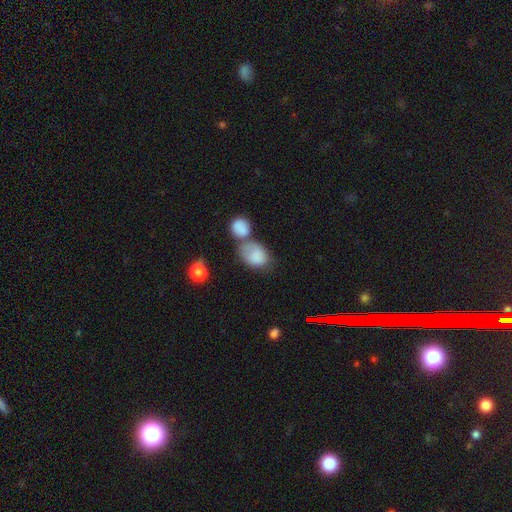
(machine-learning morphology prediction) type=smooth (81%); roundness=in between (74%); merging=merger (42%).